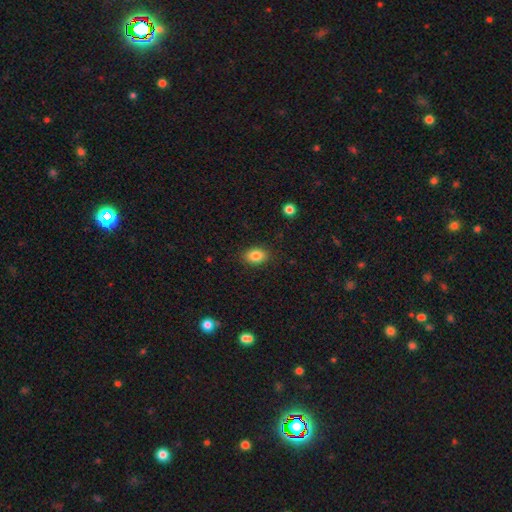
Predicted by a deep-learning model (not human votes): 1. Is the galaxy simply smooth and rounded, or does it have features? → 85% smooth, 9% star or artifact, 6% featured or disk.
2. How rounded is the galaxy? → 79% in between, 20% round, 1% cigar-shaped.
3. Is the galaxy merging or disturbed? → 87% none, 9% minor disturbance, 2% major disturbance, 1% merger.